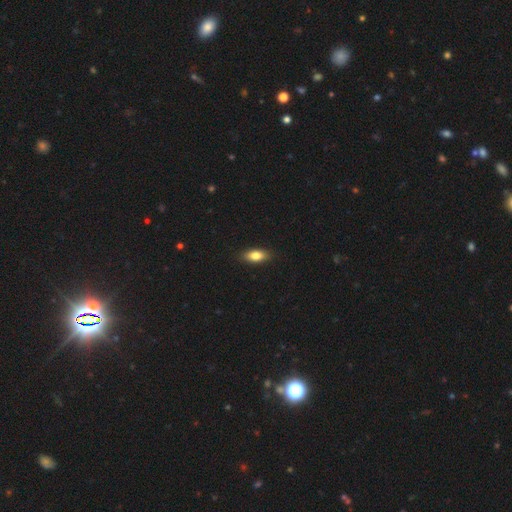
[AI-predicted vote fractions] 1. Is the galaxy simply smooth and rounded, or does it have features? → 82% smooth, 12% featured or disk, 7% star or artifact.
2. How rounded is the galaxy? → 83% in between, 13% cigar-shaped, 4% round.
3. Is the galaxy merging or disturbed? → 88% none, 9% minor disturbance, 2% major disturbance, 1% merger.